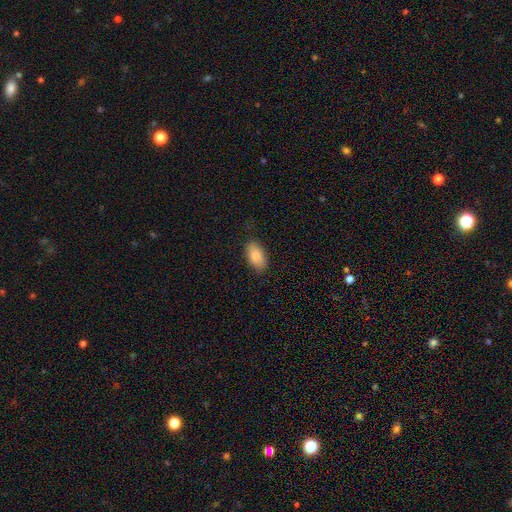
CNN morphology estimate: smooth 86%, featured or disk 8%, star or artifact 6%. Down the decision tree: how rounded — in between (94%); merging — none (80%).